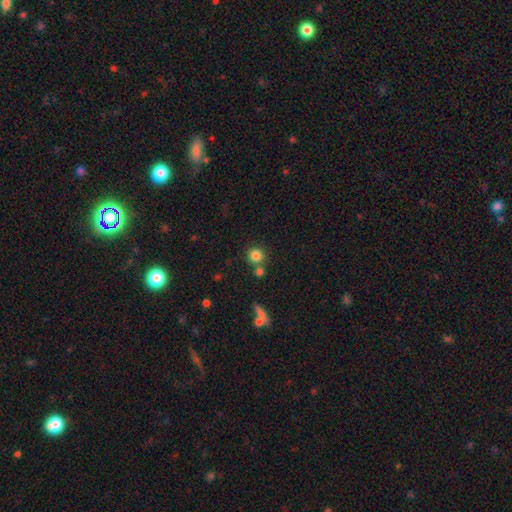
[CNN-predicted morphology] type=smooth (82%); roundness=round (91%); merging=none (67%).